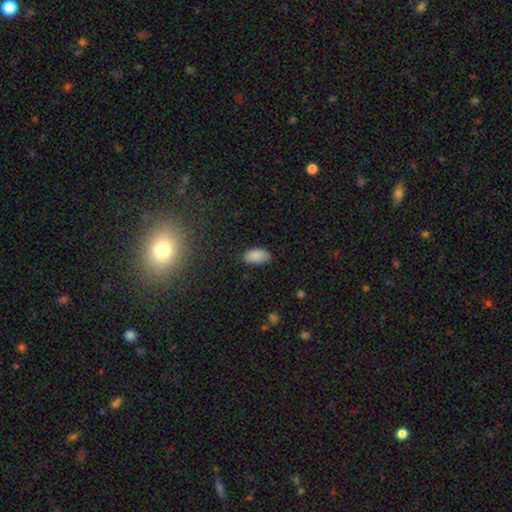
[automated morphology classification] The model was most divided on "merging": none: 82%, minor disturbance: 14%, major disturbance: 3%, merger: 1%. More confident: how rounded — in between (94%); smooth or featured — smooth (88%).